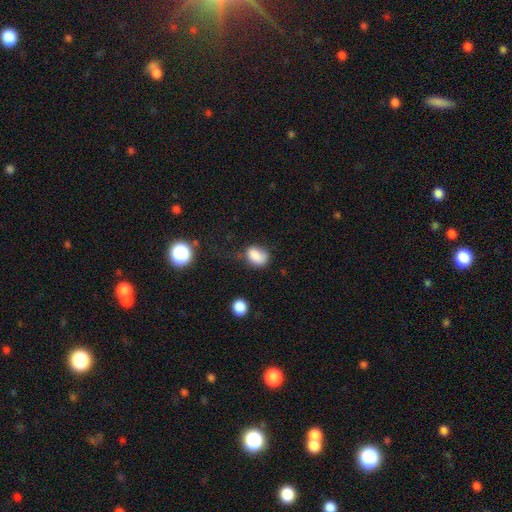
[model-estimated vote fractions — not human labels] smooth_or_featured: smooth (p=0.82) [alt: star or artifact p=0.10]
how_rounded: in between (p=0.75) [alt: round p=0.24]
merging: none (p=0.47) [alt: minor disturbance p=0.34]